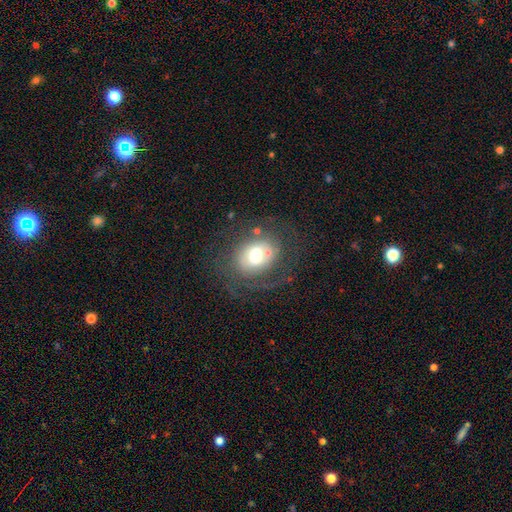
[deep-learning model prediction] The model was most divided on "smooth or featured": featured or disk: 56%, smooth: 33%, star or artifact: 11%. More confident: edge-on disk — no (95%); spiral arms — yes (65%); bulge size — moderate (59%); bar — no (57%); merging — none (55%).